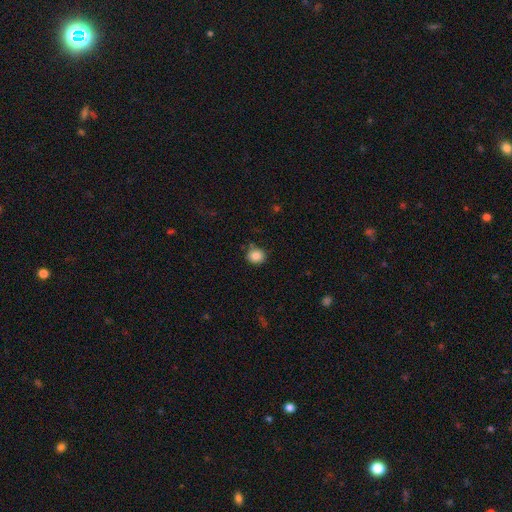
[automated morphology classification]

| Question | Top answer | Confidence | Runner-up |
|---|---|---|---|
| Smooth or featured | smooth | 86% | star or artifact (10%) |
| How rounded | round | 80% | in between (19%) |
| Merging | none | 81% | minor disturbance (13%) |